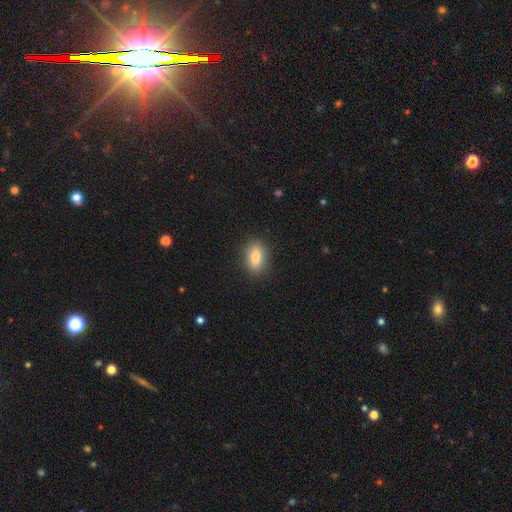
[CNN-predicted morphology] Smooth or featured? Predicted: smooth (p=0.79). How rounded? Predicted: in between (p=0.81). Merging? Predicted: none (p=0.88).